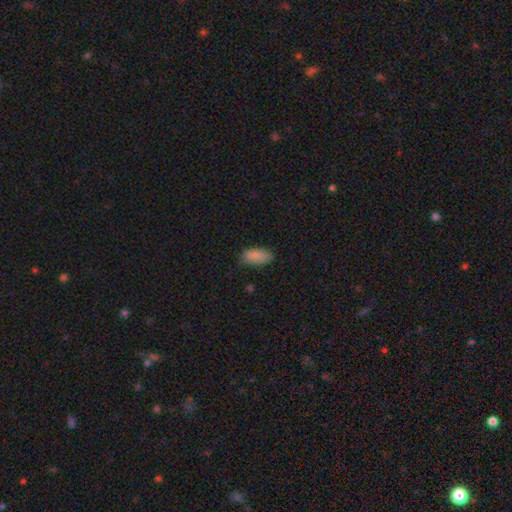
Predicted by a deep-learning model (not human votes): Morphology: type=smooth (88%); roundness=in between (89%); merging=none (80%).